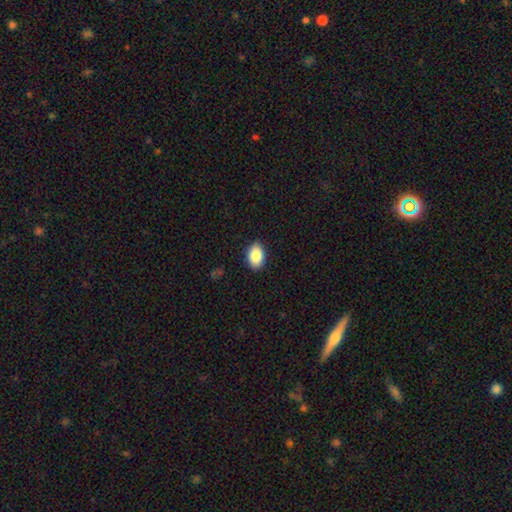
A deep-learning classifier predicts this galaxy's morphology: smooth 86%, star or artifact 7%, featured or disk 6%. Down the decision tree: how rounded — in between (87%); merging — none (89%).